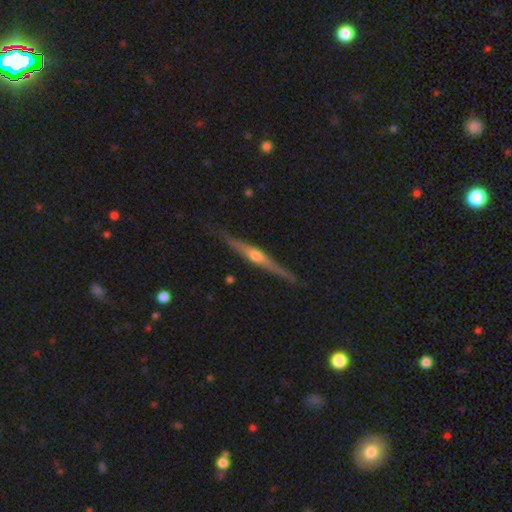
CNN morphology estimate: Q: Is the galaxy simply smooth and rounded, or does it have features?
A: featured or disk — 77%.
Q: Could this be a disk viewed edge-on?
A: yes — 97%.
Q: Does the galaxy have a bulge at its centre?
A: rounded — 88%.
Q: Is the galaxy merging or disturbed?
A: none — 85%.